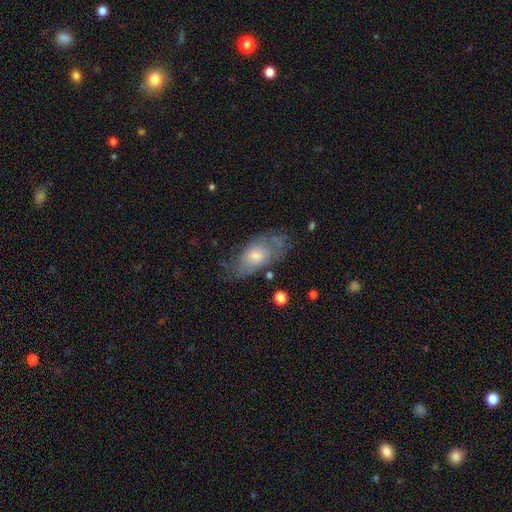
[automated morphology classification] Overall: featured or disk (55%; smooth 38%). Edge-on disk: no (88%). Merging: none (59%; minor disturbance 25%).